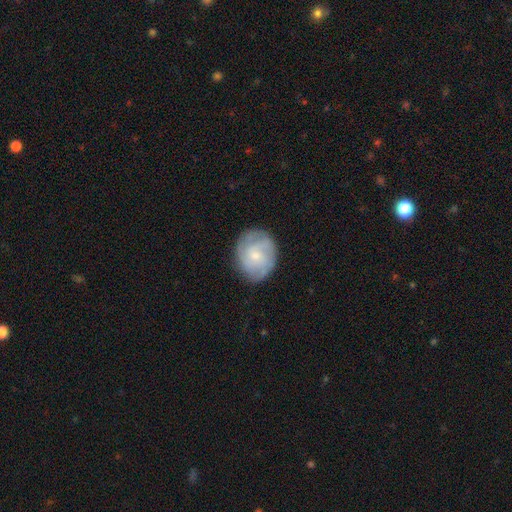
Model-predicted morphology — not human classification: type=featured or disk (59%); edge-on=no (97%); bar=no (73%); spiral arms=yes (87%); bulge=small (63%); merging=none (77%).